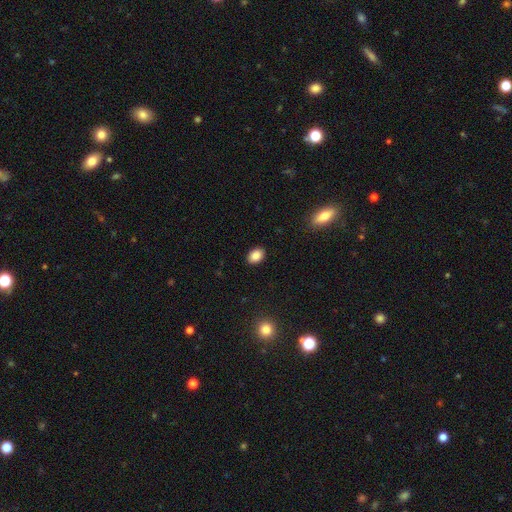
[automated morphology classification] smooth-or-featured: smooth: 87% | star or artifact: 9% | featured or disk: 4%
  how-rounded: in between: 79% | round: 20% | cigar-shaped: 1%
  merging: none: 90% | minor disturbance: 7% | major disturbance: 2% | merger: 1%